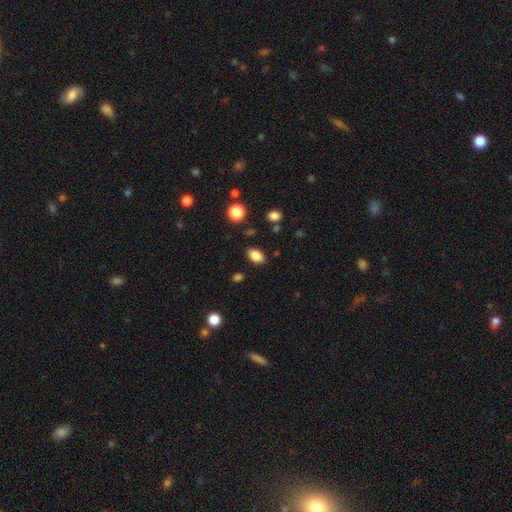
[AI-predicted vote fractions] This is clearly a smooth galaxy (85%). How rounded: clearly in between (87%). Merging: clearly none (85%).